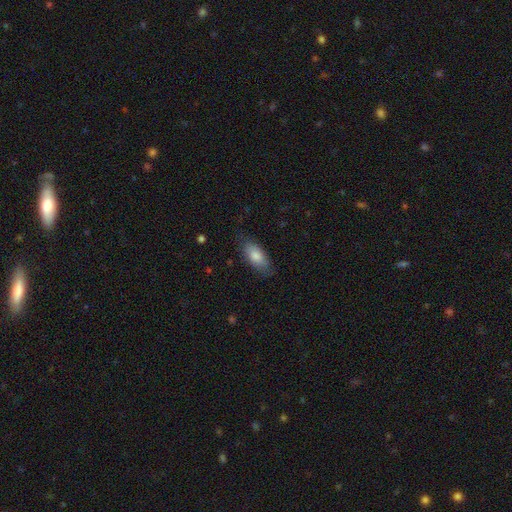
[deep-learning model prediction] The model was most divided on "merging": none: 76%, minor disturbance: 18%, major disturbance: 5%, merger: 1%. More confident: how rounded — in between (86%); smooth or featured — smooth (82%).